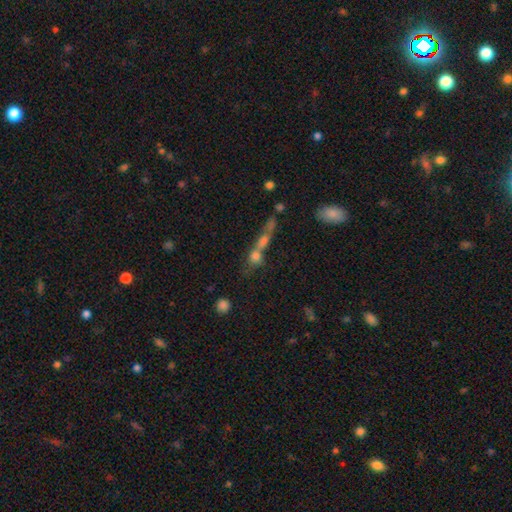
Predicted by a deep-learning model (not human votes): Q: Smooth or featured?
A: smooth (50%); runner-up: featured or disk (26%)
Q: How rounded?
A: round (43%); runner-up: in between (30%)
Q: Merging?
A: merger (52%); runner-up: none (33%)